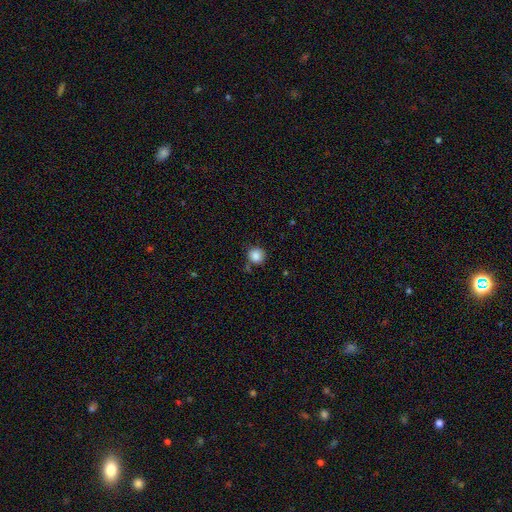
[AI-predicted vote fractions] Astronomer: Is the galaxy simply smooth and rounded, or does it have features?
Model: smooth — 86%.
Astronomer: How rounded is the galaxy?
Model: round — 91%.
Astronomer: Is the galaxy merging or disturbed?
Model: none — 78%.